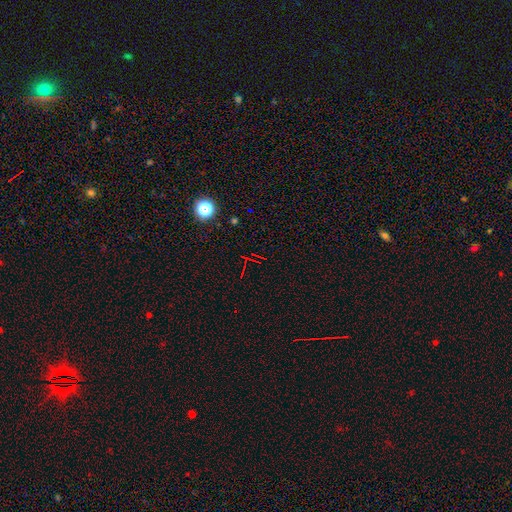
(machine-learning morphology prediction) smooth_or_featured: star or artifact (p=0.74) [alt: smooth p=0.16]